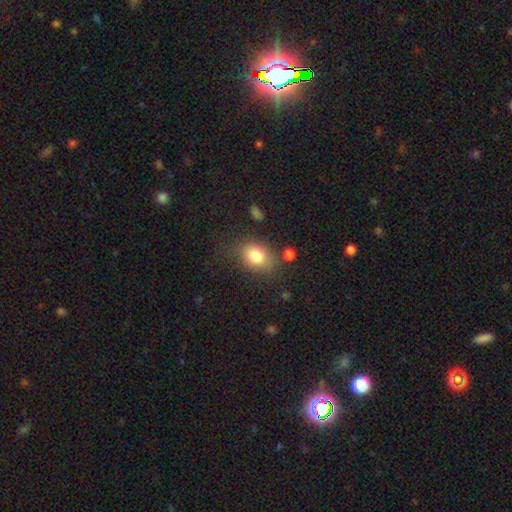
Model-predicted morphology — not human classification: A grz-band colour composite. It shows a smooth galaxy with no disk features (80%) that is in between round and cigar-shaped (62%). Merging: none (72%).